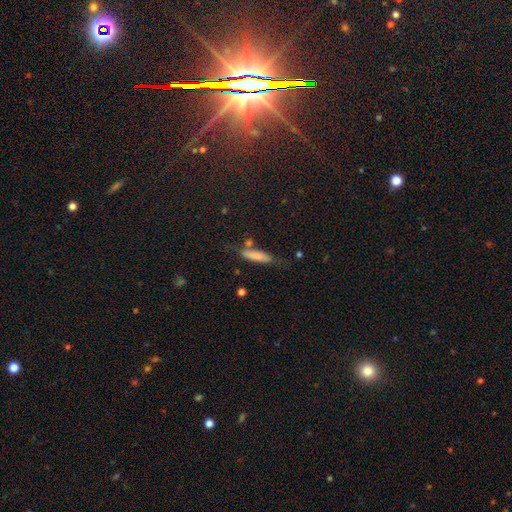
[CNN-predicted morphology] Smooth or featured?
  - smooth: 78% *
  - featured or disk: 15%
  - star or artifact: 7%
How rounded?
  - cigar-shaped: 76% *
  - in between: 21%
  - round: 2%
Merging?
  - none: 64% *
  - minor disturbance: 21%
  - merger: 9%
  - major disturbance: 6%